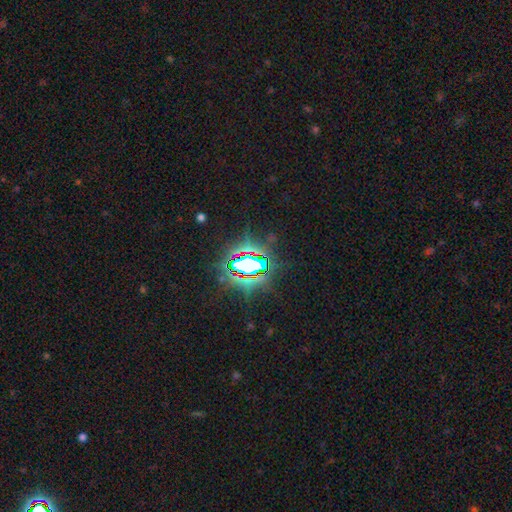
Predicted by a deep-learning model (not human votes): Overall: star or artifact (82%).